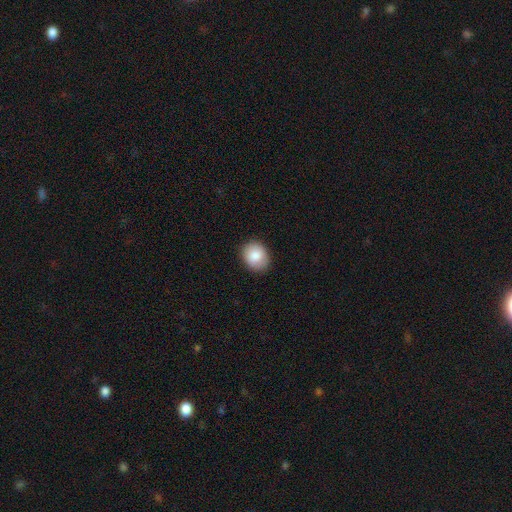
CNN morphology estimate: Smooth or featured? Predicted: smooth (p=0.86). How rounded? Predicted: round (p=0.56). Merging? Predicted: none (p=0.88).